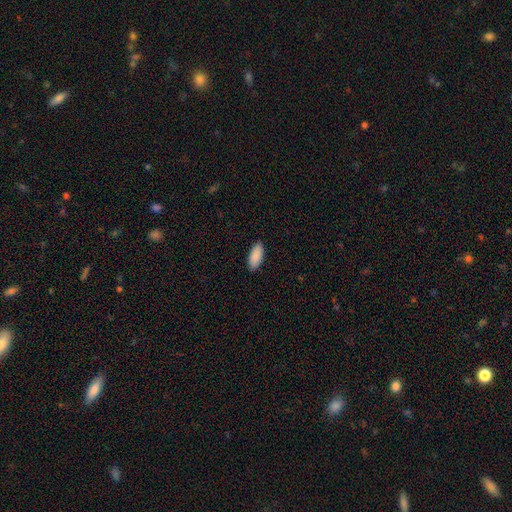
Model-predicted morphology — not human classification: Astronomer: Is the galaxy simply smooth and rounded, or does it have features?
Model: smooth — 91%.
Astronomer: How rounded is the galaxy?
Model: in between — 88%.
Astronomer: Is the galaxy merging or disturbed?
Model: none — 89%.